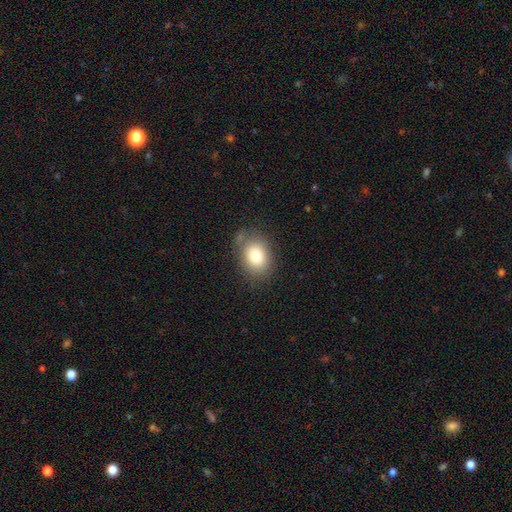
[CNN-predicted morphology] A smooth galaxy with no disk features (82%) that is in between round and cigar-shaped (70%).

Vote fractions:
- Smooth or featured? smooth: 82% / featured or disk: 9% / star or artifact: 9%
- How rounded? in between: 70% / round: 29% / cigar-shaped: 1%
- Merging? none: 73% / minor disturbance: 18% / major disturbance: 6% / merger: 4%